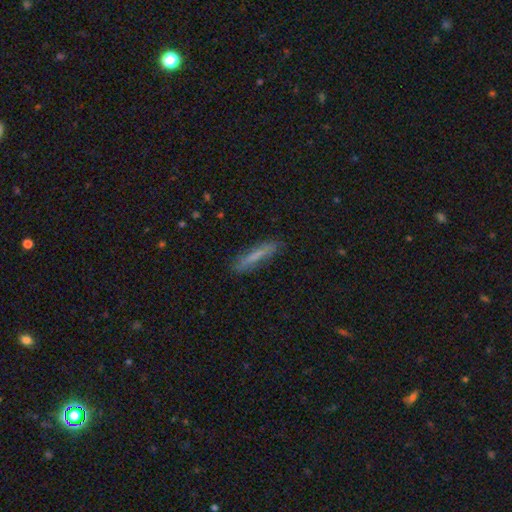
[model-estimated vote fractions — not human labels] smooth-or-featured: smooth: 66% | featured or disk: 26% | star or artifact: 8%
  how-rounded: cigar-shaped: 87% | in between: 11% | round: 2%
  merging: none: 82% | minor disturbance: 13% | major disturbance: 3% | merger: 2%